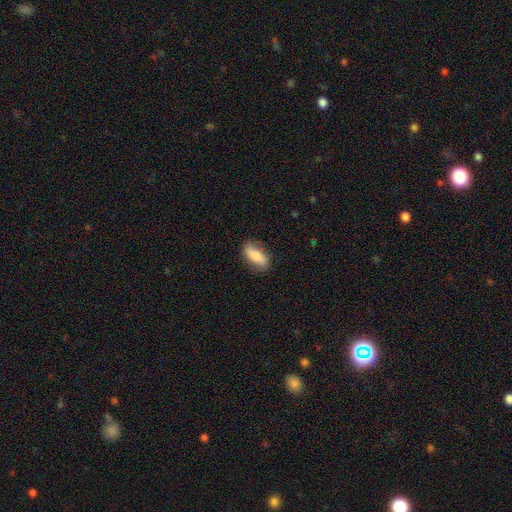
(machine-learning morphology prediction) Smooth or featured? Predicted: smooth (p=0.71). How rounded? Predicted: in between (p=0.81). Merging? Predicted: none (p=0.81).